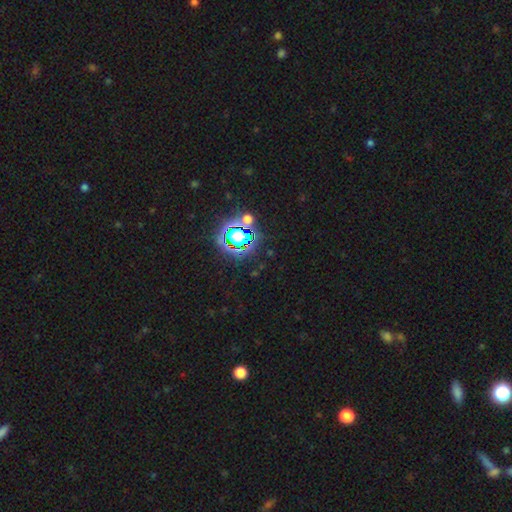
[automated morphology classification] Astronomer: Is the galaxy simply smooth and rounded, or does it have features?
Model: star or artifact — 81%.